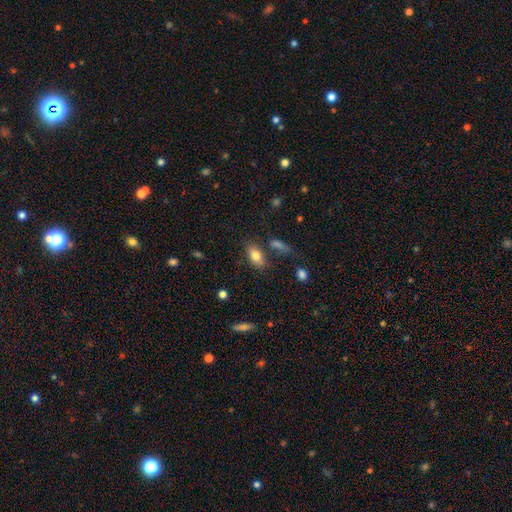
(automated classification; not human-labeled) This appears to be a smooth galaxy with no disk features (80%) that is in between round and cigar-shaped (89%). Merging: none (72%).